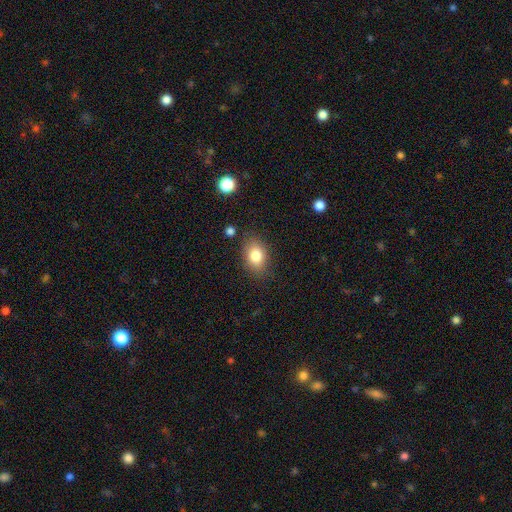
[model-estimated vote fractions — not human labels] Q: Smooth or featured?
A: smooth (82%); runner-up: featured or disk (9%)
Q: How rounded?
A: in between (77%); runner-up: round (21%)
Q: Merging?
A: none (81%); runner-up: minor disturbance (13%)